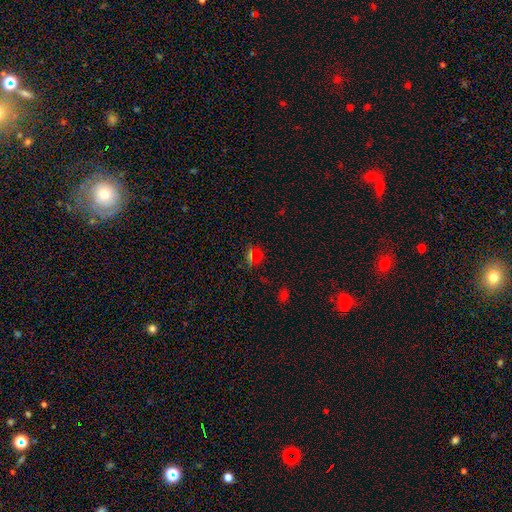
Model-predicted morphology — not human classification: type=smooth (49%); merging=none (79%).